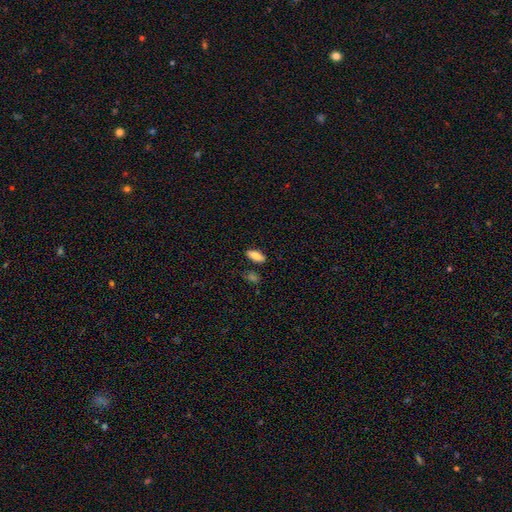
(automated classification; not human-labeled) Overall: smooth (85%). How rounded: in between (83%). Merging: none (83%).